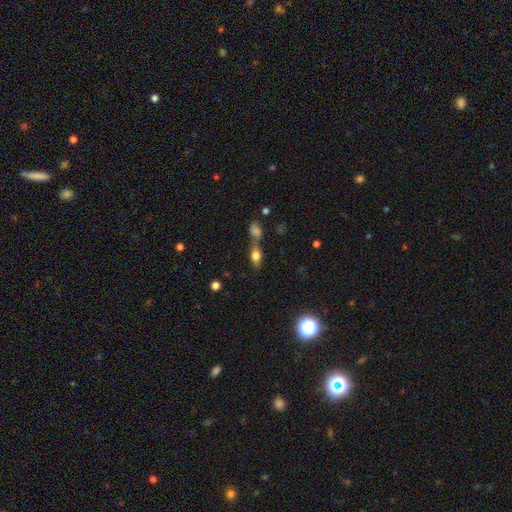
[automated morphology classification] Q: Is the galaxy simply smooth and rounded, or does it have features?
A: smooth — 64%.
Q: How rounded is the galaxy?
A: in between — 73%.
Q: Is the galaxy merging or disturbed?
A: none — 44%.